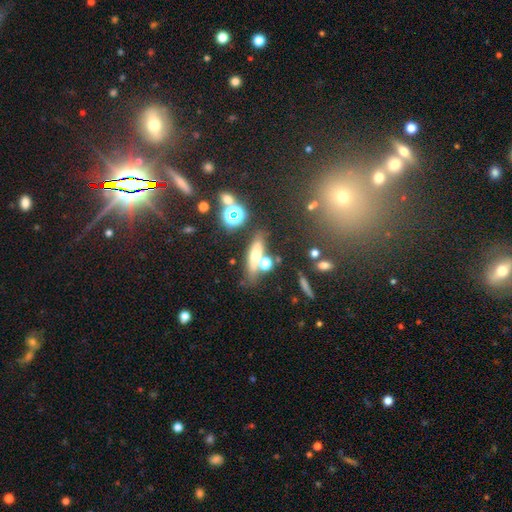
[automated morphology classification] smooth_or_featured: smooth (p=0.51) [alt: featured or disk p=0.30]
how_rounded: cigar-shaped (p=0.46) [alt: in between p=0.41]
merging: none (p=0.61) [alt: merger p=0.20]